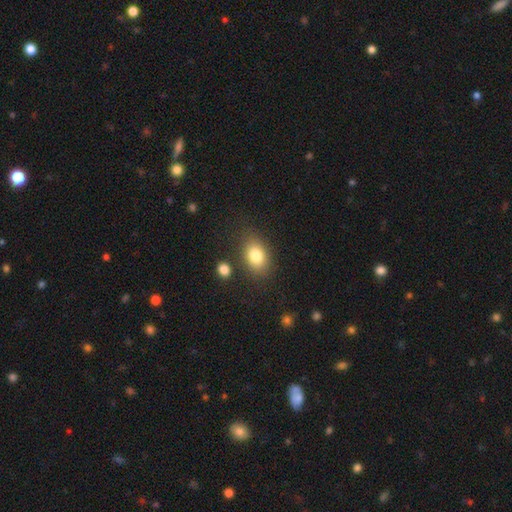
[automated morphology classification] Overall: smooth (81%). How rounded: in between (76%). Merging: none (79%).